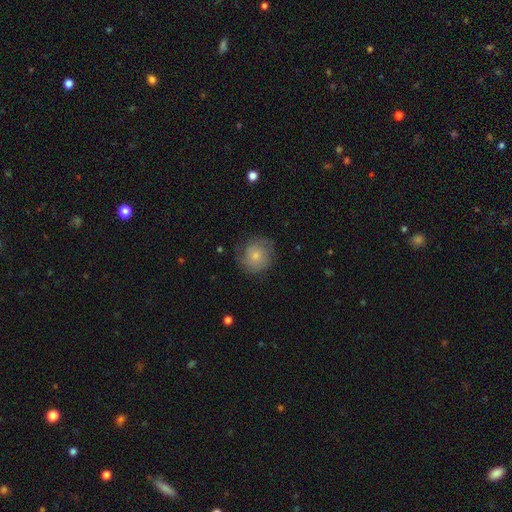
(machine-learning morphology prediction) Smooth or featured: smooth — 49% (featured or disk — 44%)
Merging: none — 72% (minor disturbance — 19%)